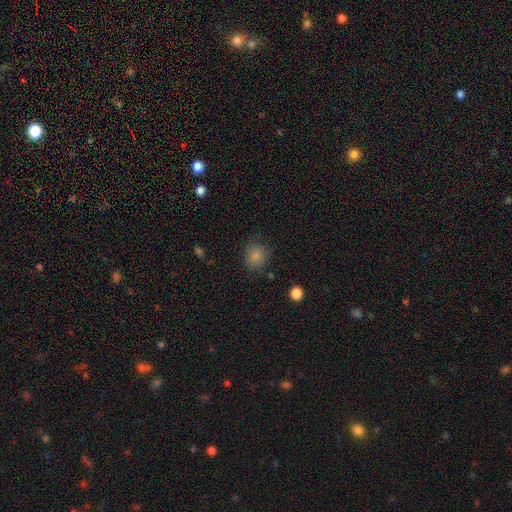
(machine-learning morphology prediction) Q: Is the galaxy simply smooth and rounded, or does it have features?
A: smooth — 84%.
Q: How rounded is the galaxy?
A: round — 70%.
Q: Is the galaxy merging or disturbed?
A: none — 78%.